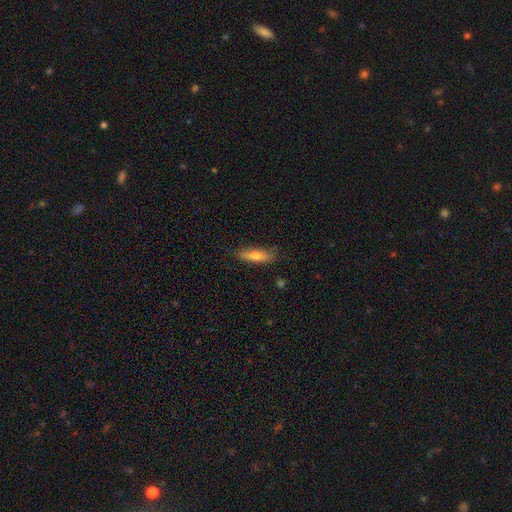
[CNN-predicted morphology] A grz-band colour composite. It shows a smooth galaxy with no disk features (69%) that is cigar-shaped (63%). Merging: none (79%).